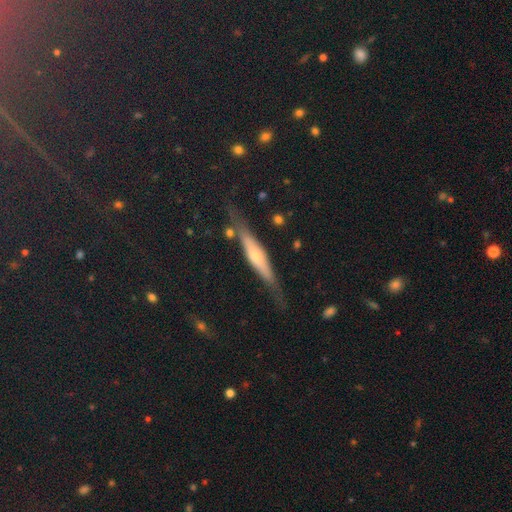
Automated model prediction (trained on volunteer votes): Smooth or featured?
  - featured or disk: 57% *
  - smooth: 35%
  - star or artifact: 7%
Edge-on disk?
  - yes: 90% *
  - no: 10%
Edge-on bulge?
  - rounded: 72% *
  - none: 16%
  - boxy: 12%
Merging?
  - none: 73% *
  - minor disturbance: 18%
  - major disturbance: 6%
  - merger: 3%